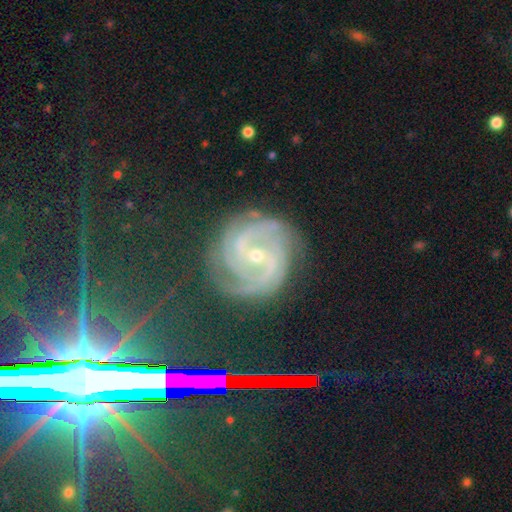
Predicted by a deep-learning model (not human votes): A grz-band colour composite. It shows a featured or disk galaxy (86%) with a weak bar (41%), 2 (39%) tight (54%) spiral arms (98%) and a small central bulge (73%). Merging: none (78%).